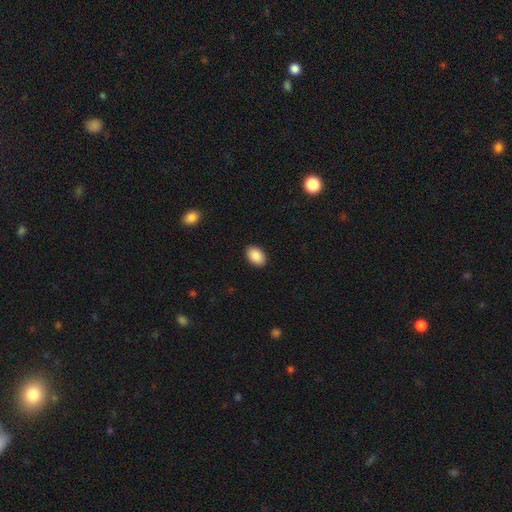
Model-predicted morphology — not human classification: A smooth galaxy with no disk features (90%) that is in between round and cigar-shaped (87%). Merging: none (90%).